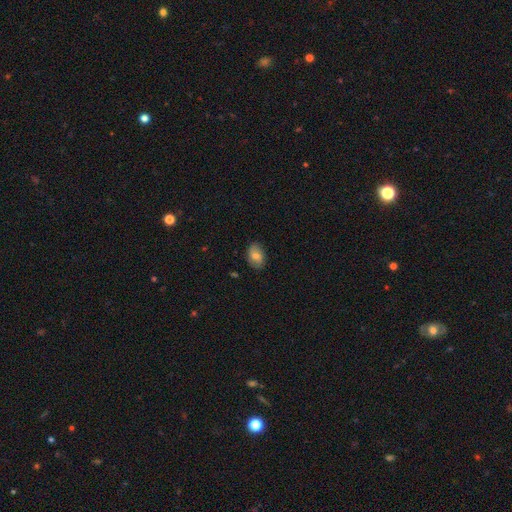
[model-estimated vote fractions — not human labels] A smooth galaxy with no disk features (74%) that is in between round and cigar-shaped (84%).

Vote fractions:
- Smooth or featured? smooth: 74% / featured or disk: 18% / star or artifact: 8%
- How rounded? in between: 84% / round: 15% / cigar-shaped: 1%
- Merging? none: 84% / minor disturbance: 13% / major disturbance: 3% / merger: 1%